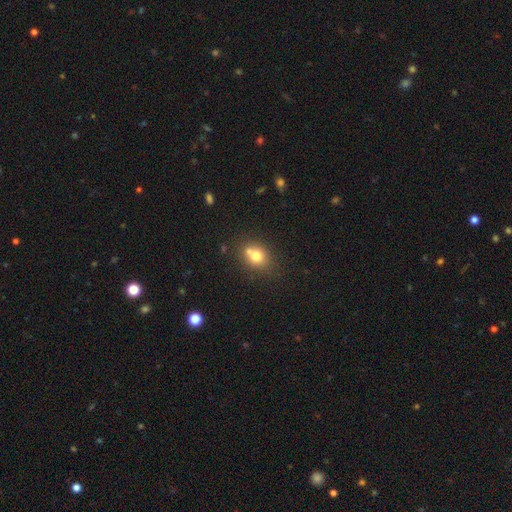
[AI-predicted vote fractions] The model was most divided on "how rounded": round: 58%, in between: 41%, cigar-shaped: 1%. More confident: smooth or featured — smooth (73%); merging — none (53%).